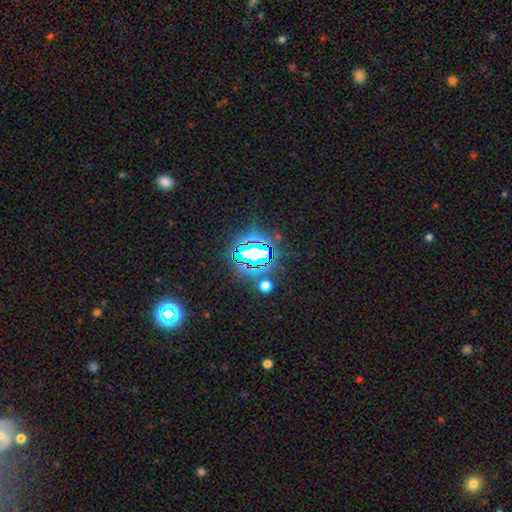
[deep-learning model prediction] smooth-or-featured: star or artifact: 74% | smooth: 15% | featured or disk: 11%